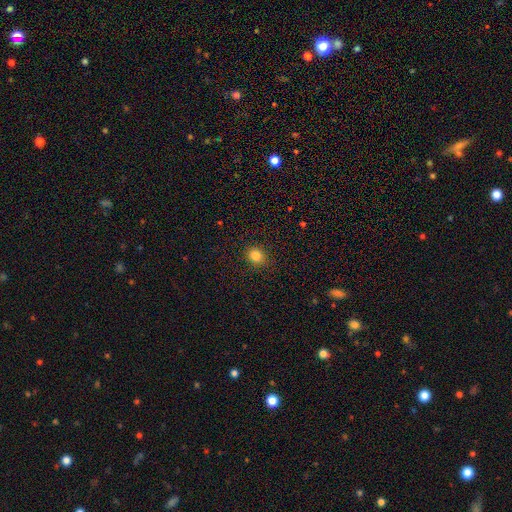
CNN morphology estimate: A smooth galaxy with no disk features (83%) that is round (72%).

Vote fractions:
- Smooth or featured? smooth: 83% / star or artifact: 12% / featured or disk: 5%
- How rounded? round: 72% / in between: 27% / cigar-shaped: 1%
- Merging? none: 89% / minor disturbance: 7% / major disturbance: 2% / merger: 1%